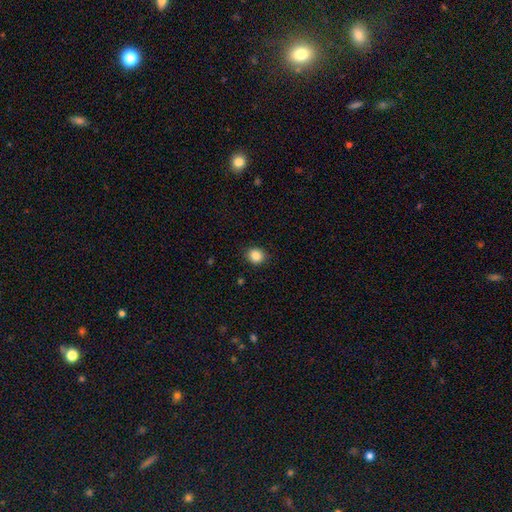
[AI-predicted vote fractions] Q: Smooth or featured?
A: smooth (85%); runner-up: star or artifact (10%)
Q: How rounded?
A: round (73%); runner-up: in between (26%)
Q: Merging?
A: none (89%); runner-up: minor disturbance (8%)